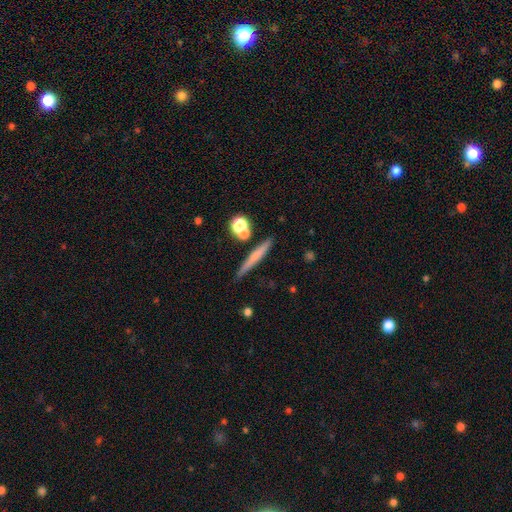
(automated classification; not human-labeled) Overall: smooth (56%; featured or disk 36%). How rounded: cigar-shaped (89%). Merging: none (78%).